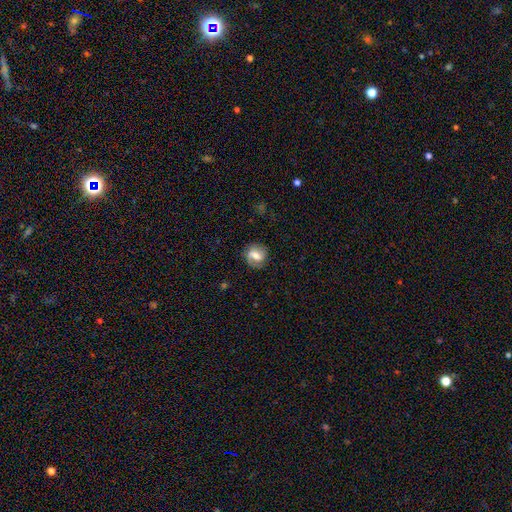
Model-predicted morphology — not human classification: This is possibly a featured or disk galaxy (50%). It is clearly not viewed edge-on (96%). Merging: likely none (79%).